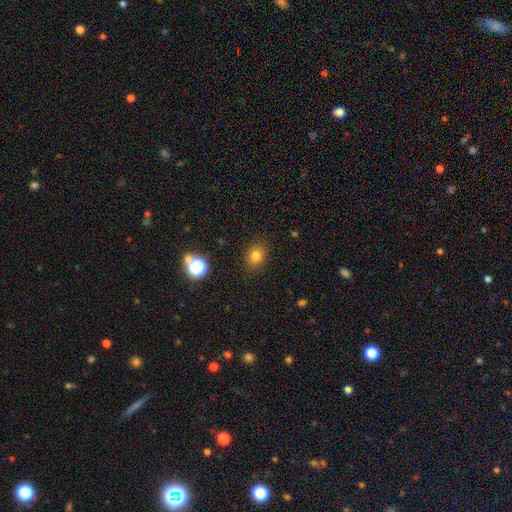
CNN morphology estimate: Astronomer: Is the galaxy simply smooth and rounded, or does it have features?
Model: smooth — 79%.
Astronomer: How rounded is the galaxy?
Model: round — 62%.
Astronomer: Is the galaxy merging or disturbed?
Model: none — 86%.